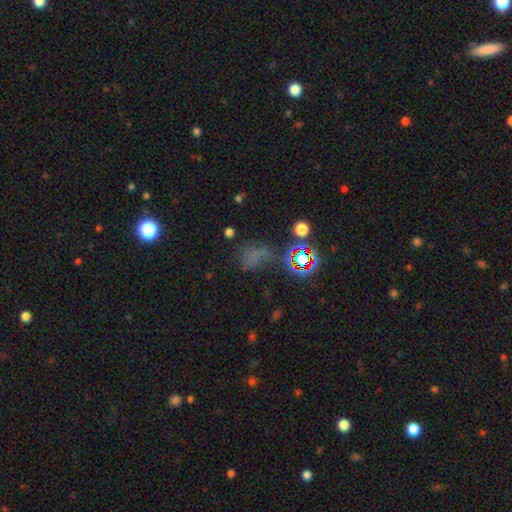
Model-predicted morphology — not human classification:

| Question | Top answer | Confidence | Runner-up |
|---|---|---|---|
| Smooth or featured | star or artifact | 46% | smooth (40%) |